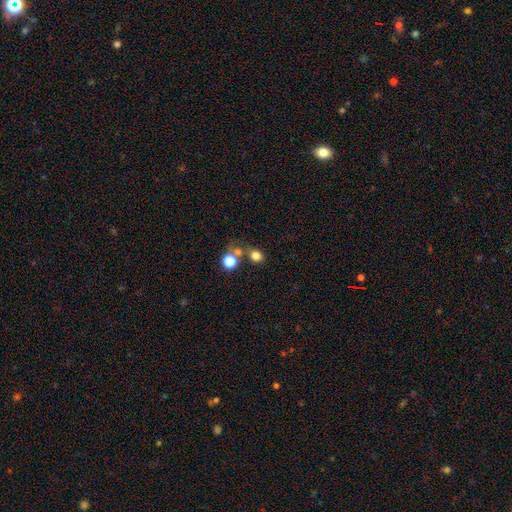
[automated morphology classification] A smooth galaxy with no disk features (77%) that is round (74%).

Vote fractions:
- Smooth or featured? smooth: 77% / star or artifact: 16% / featured or disk: 7%
- How rounded? round: 74% / in between: 25% / cigar-shaped: 1%
- Merging? none: 60% / merger: 25% / minor disturbance: 9% / major disturbance: 5%